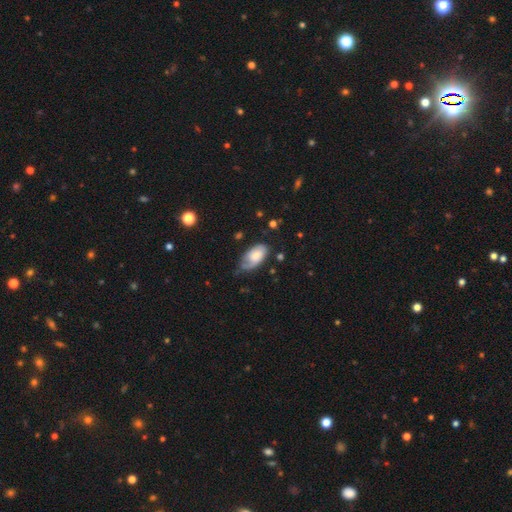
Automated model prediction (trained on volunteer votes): smooth-or-featured: smooth: 56% | featured or disk: 37% | star or artifact: 7%
  how-rounded: in between: 93% | round: 4% | cigar-shaped: 3%
  merging: none: 43% | minor disturbance: 36% | major disturbance: 18% | merger: 3%